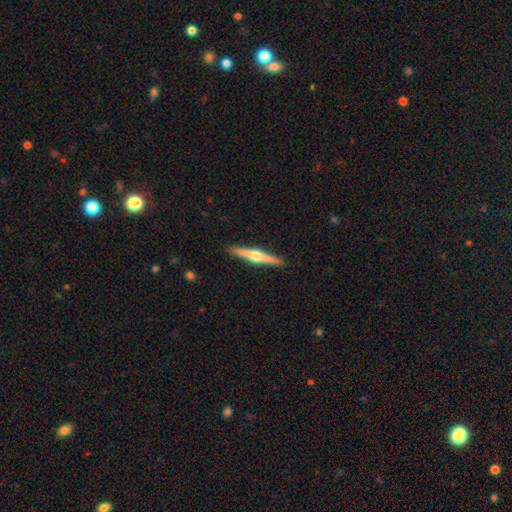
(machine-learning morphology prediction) The model was most divided on "smooth or featured": featured or disk: 79%, smooth: 17%, star or artifact: 5%. More confident: edge-on disk — yes (98%); edge-on bulge — rounded (95%); merging — none (92%).